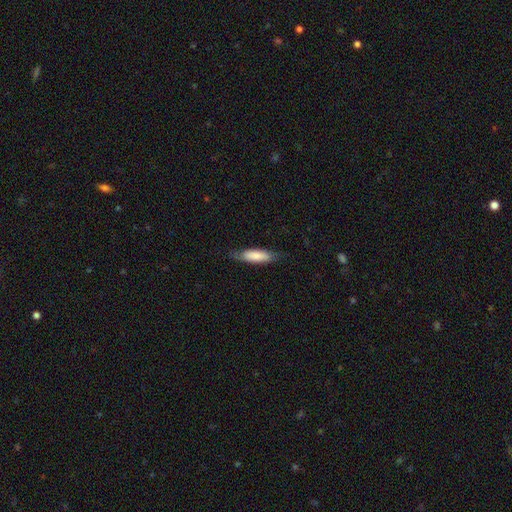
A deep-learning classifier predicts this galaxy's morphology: Smooth or featured? Predicted: smooth (p=0.75). How rounded? Predicted: cigar-shaped (p=0.60). Merging? Predicted: none (p=0.75).